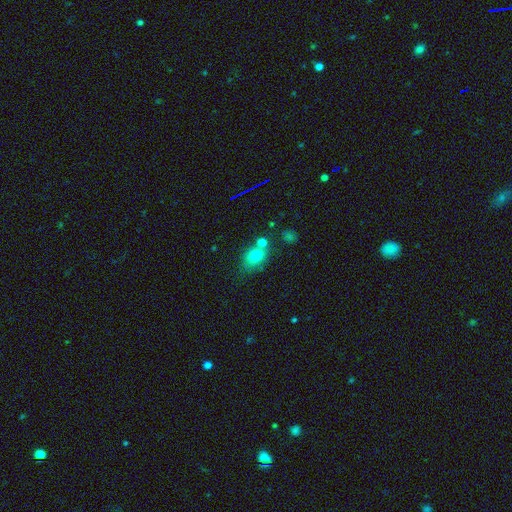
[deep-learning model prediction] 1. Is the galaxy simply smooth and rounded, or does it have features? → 76% smooth, 13% star or artifact, 11% featured or disk.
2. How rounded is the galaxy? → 59% in between, 40% round, 2% cigar-shaped.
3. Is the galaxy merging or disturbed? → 53% none, 26% merger, 16% minor disturbance, 6% major disturbance.